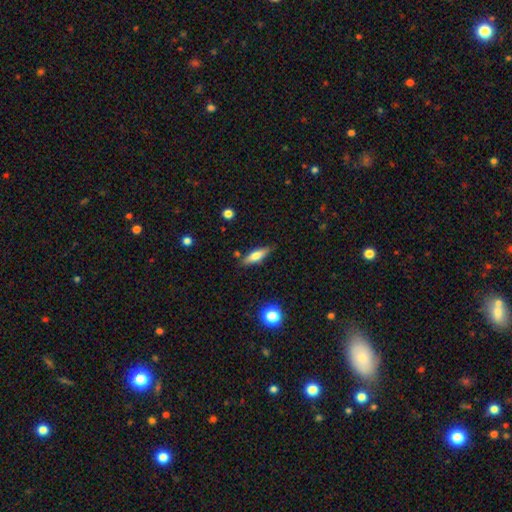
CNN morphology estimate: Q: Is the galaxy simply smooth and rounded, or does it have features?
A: smooth — 64%.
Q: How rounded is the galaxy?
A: cigar-shaped — 56%.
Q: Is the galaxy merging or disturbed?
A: none — 82%.